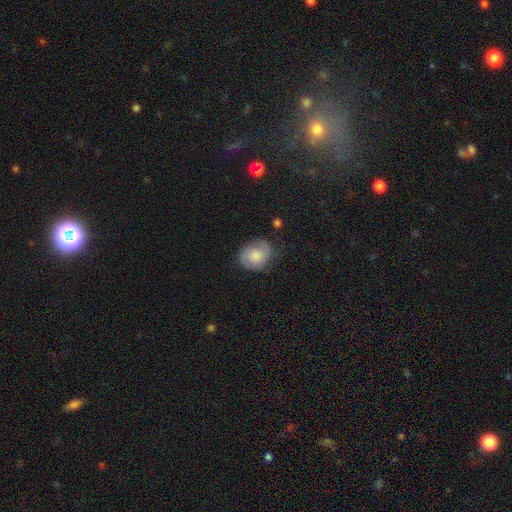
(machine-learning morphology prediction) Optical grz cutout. It shows a smooth galaxy with no disk features (59%) that is round (58%). Merging: none (61%).